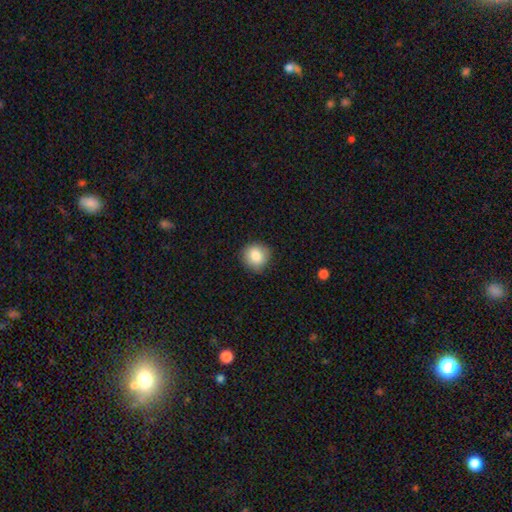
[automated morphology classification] smooth 84%, star or artifact 9%, featured or disk 7%. Down the decision tree: how rounded — round (89%); merging — none (87%).